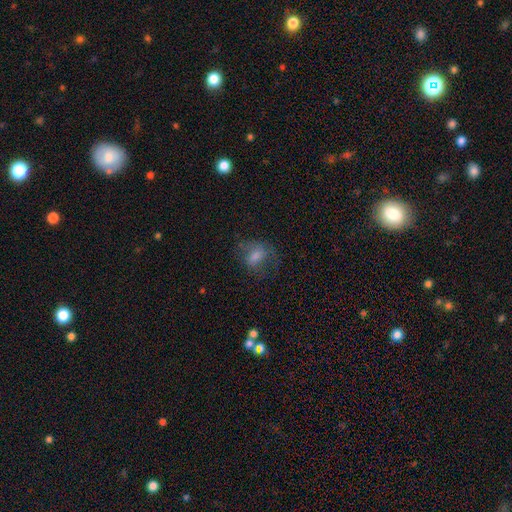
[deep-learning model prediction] Smooth or featured? Predicted: smooth (p=0.61). How rounded? Predicted: in between (p=0.68). Merging? Predicted: none (p=0.47).